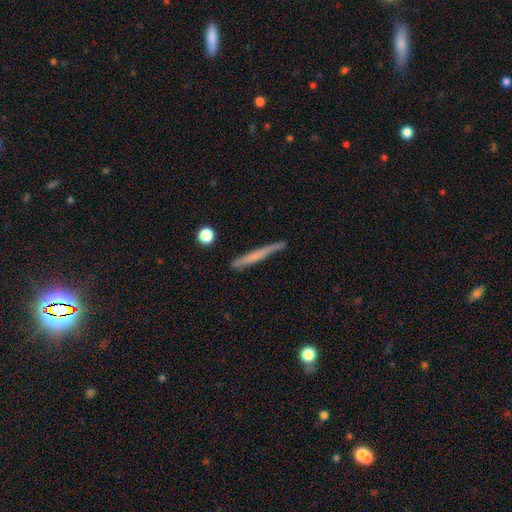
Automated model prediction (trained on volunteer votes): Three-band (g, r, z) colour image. It shows a smooth galaxy with no disk features (49%). Merging: none (84%).